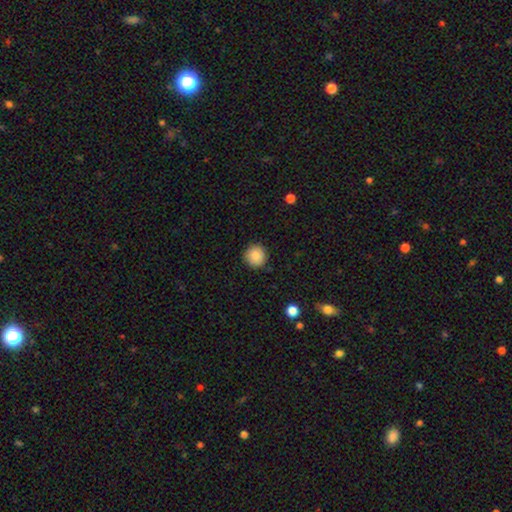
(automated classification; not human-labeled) Smooth or featured? smooth (88%)
How rounded? round (92%)
Merging? none (90%)